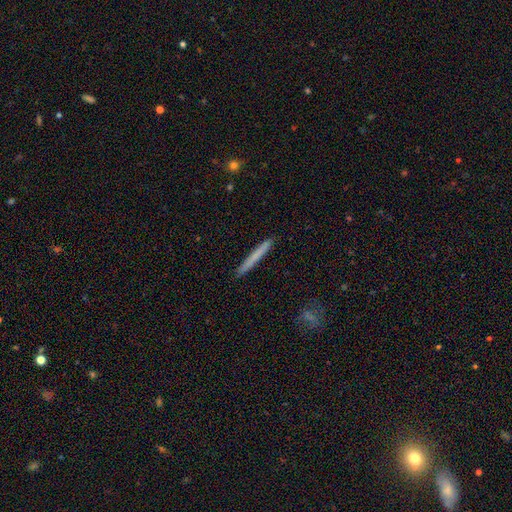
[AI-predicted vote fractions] Smooth or featured?
  - smooth: 67% *
  - featured or disk: 28%
  - star or artifact: 6%
How rounded?
  - cigar-shaped: 97% *
  - in between: 2%
  - round: 1%
Merging?
  - none: 92% *
  - minor disturbance: 6%
  - major disturbance: 1%
  - merger: 1%